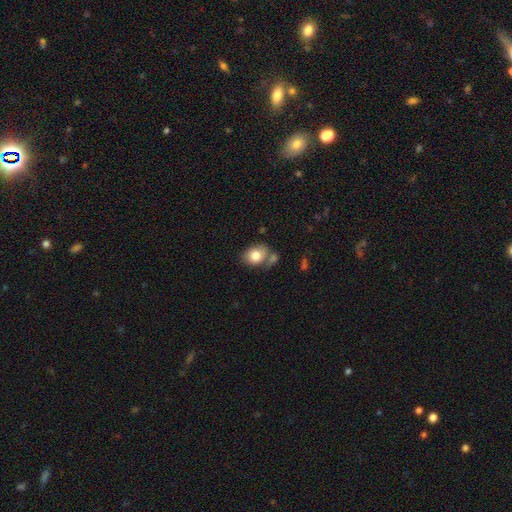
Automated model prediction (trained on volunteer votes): Smooth or featured? Predicted: smooth (p=0.81). How rounded? Predicted: in between (p=0.60). Merging? Predicted: none (p=0.50).